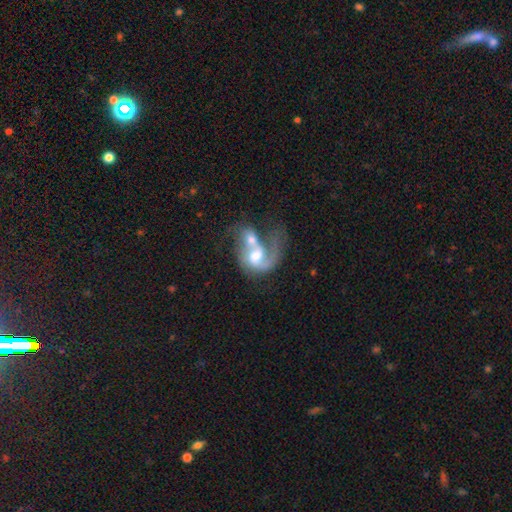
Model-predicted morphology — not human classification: This appears to be a featured or disk galaxy (71%) with no bar (57%), 1 (55%) loose (52%) spiral arms (84%) and a moderate central bulge (60%). Merging: merger (72%).